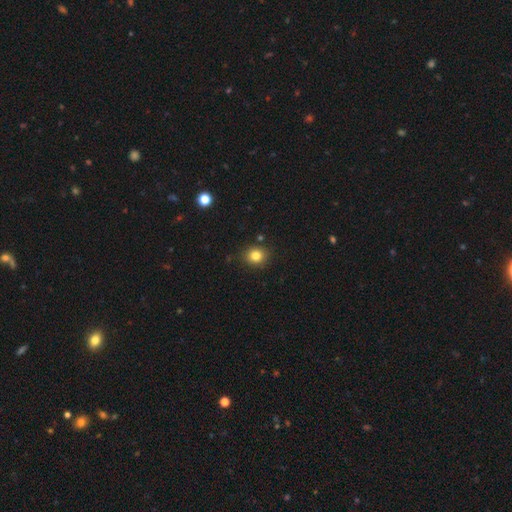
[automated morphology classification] Smooth or featured?
  - smooth: 82% *
  - star or artifact: 12%
  - featured or disk: 7%
How rounded?
  - round: 76% *
  - in between: 23%
  - cigar-shaped: 1%
Merging?
  - none: 86% *
  - minor disturbance: 9%
  - merger: 2%
  - major disturbance: 2%